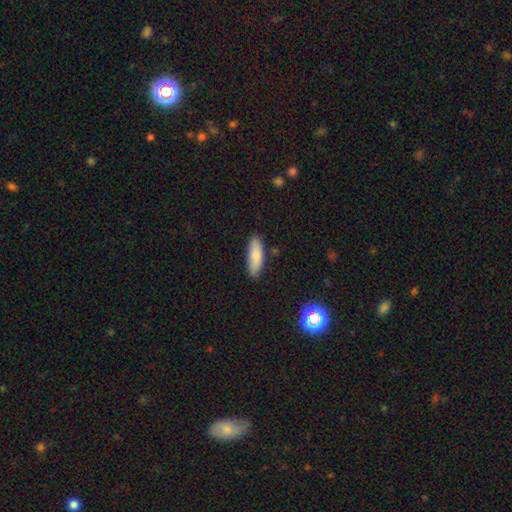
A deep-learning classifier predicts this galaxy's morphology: Smooth or featured? Predicted: smooth (p=0.86). How rounded? Predicted: in between (p=0.64). Merging? Predicted: none (p=0.85).